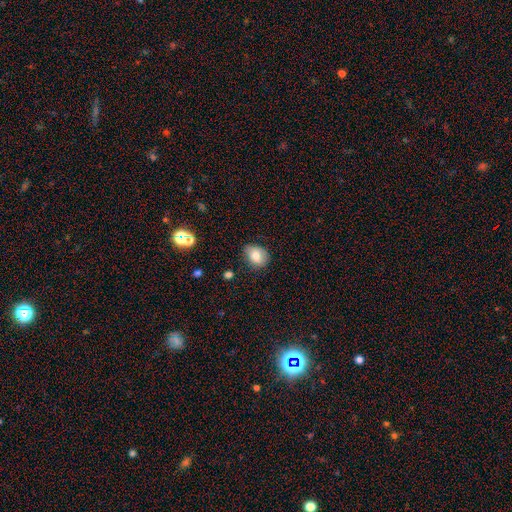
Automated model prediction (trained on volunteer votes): Smooth or featured?
  - smooth: 78% *
  - featured or disk: 12%
  - star or artifact: 10%
How rounded?
  - in between: 57% *
  - round: 42%
  - cigar-shaped: 1%
Merging?
  - none: 75% *
  - minor disturbance: 20%
  - major disturbance: 4%
  - merger: 2%